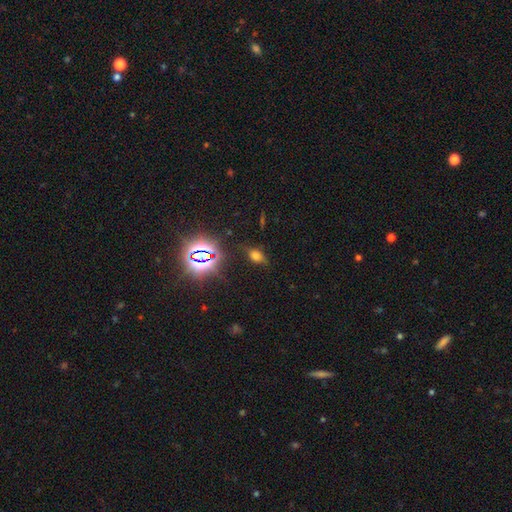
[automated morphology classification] This appears to be a smooth galaxy with no disk features (53%) that is in between round and cigar-shaped (77%). Merging: none (71%).